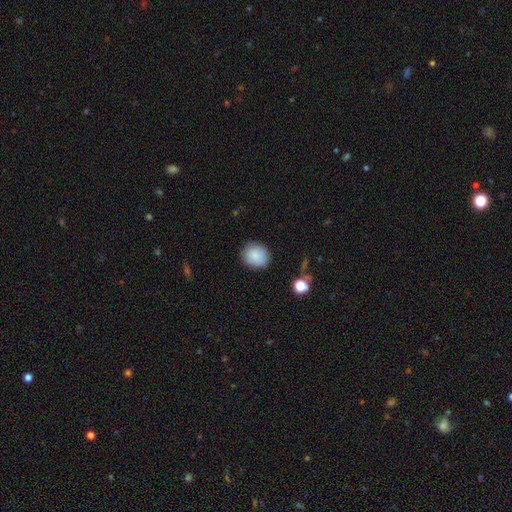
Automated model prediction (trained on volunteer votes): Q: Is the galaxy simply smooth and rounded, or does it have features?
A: smooth — 86%.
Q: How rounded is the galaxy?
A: round — 75%.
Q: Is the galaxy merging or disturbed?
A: none — 84%.